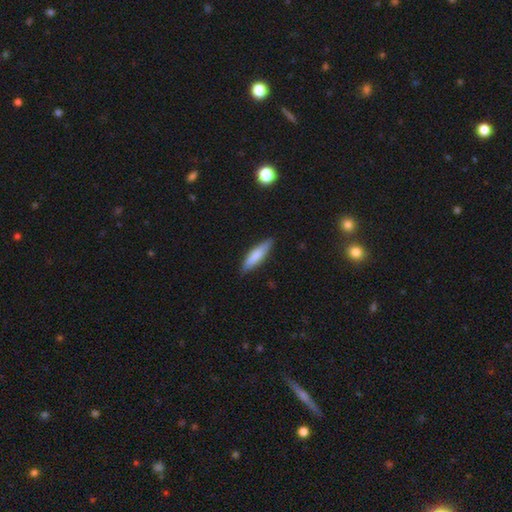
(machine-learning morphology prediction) Smooth or featured: smooth — 77% (featured or disk — 17%)
How rounded: cigar-shaped — 68% (in between — 30%)
Merging: none — 85% (minor disturbance — 12%)